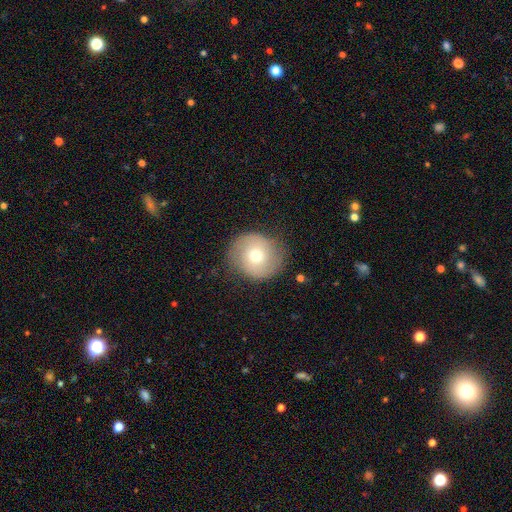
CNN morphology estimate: type=smooth (48%); merging=none (79%).